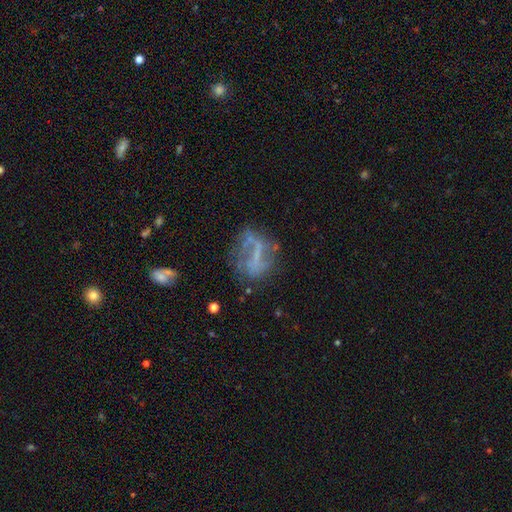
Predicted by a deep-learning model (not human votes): This appears to be a featured or disk galaxy (63%) with no bar (36%), no spiral arms (53%) and no central bulge (65%). Merging: none (49%).